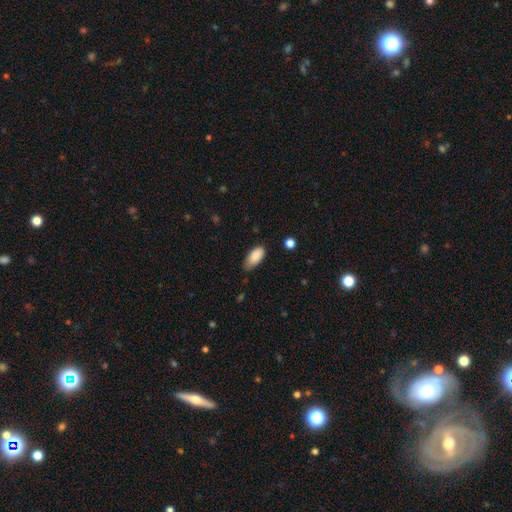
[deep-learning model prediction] A smooth galaxy with no disk features (88%) that is in between round and cigar-shaped (91%). Merging: none (64%).